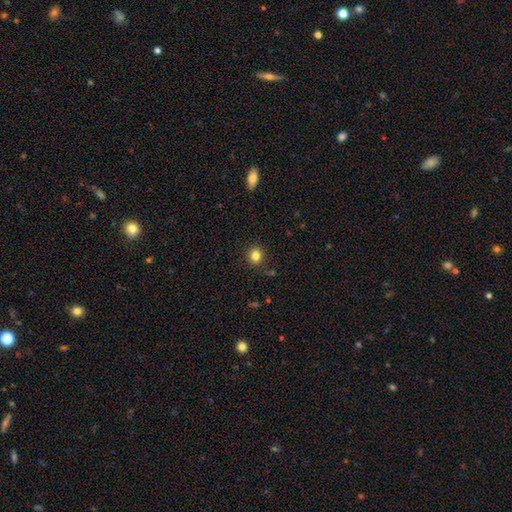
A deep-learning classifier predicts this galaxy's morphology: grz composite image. It shows a smooth galaxy with no disk features (82%) that is round (86%). Merging: none (87%).